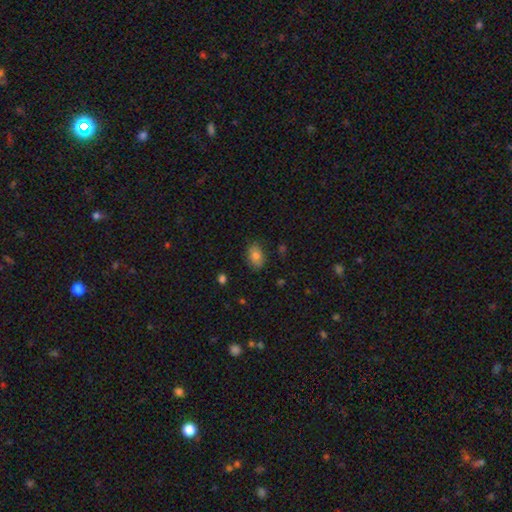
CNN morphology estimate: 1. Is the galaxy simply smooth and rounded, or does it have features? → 82% smooth, 10% featured or disk, 9% star or artifact.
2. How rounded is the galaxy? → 85% in between, 13% round, 2% cigar-shaped.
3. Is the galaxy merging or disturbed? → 82% none, 14% minor disturbance, 3% major disturbance, 1% merger.